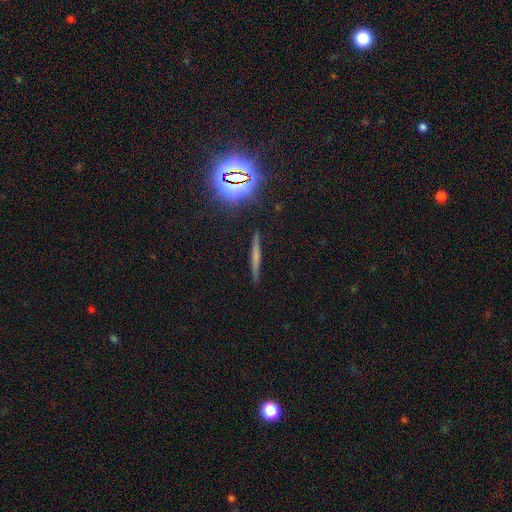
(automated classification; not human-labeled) smooth_or_featured: smooth (p=0.42) [alt: featured or disk p=0.38]
merging: none (p=0.88) [alt: minor disturbance p=0.08]